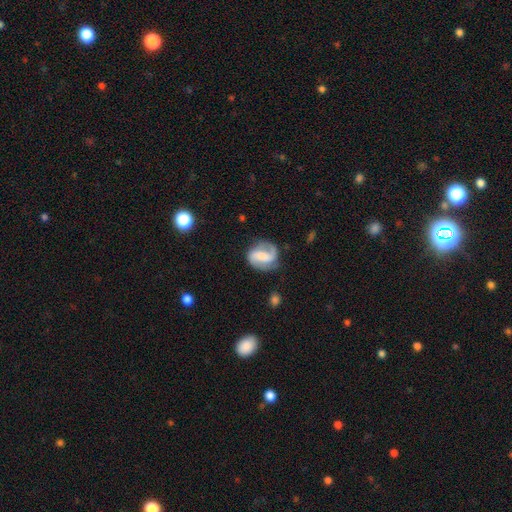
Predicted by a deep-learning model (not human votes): A featured or disk galaxy (74%) with a strong bar (46%), 2 (84%) medium (42%) spiral arms (91%) and no central bulge (35%).

Vote fractions:
- Smooth or featured? featured or disk: 74% / smooth: 19% / star or artifact: 7%
- Edge-on disk? no: 97% / yes: 3%
- Bar? strong: 46% / weak: 35% / no: 19%
- Spiral arms? yes: 91% / no: 9%
- Spiral winding? medium: 42% / loose: 33% / tight: 25%
- Spiral arm count? 2: 84% / 1: 7% / can't tell: 6% / 3: 1% / 4: 1% / more than 4: 1%
- Bulge size? none: 35% / small: 26% / moderate: 23% / large: 12% / dominant: 3%
- Merging? none: 73% / minor disturbance: 17% / major disturbance: 8% / merger: 2%